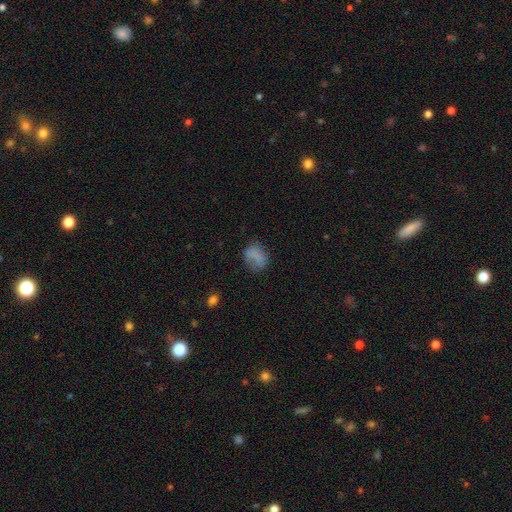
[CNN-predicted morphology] type=smooth (75%); roundness=in between (50%); merging=none (59%).